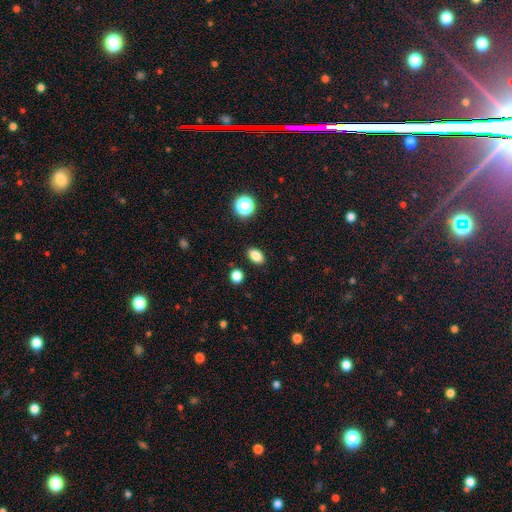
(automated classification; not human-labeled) Q: Smooth or featured?
A: smooth (84%); runner-up: star or artifact (11%)
Q: How rounded?
A: in between (83%); runner-up: round (15%)
Q: Merging?
A: none (88%); runner-up: minor disturbance (8%)